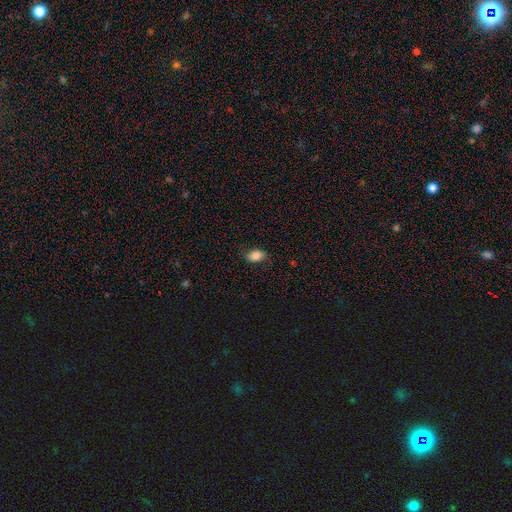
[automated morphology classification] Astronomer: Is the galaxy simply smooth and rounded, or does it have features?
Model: smooth — 84%.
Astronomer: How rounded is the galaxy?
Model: in between — 86%.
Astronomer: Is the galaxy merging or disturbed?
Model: none — 79%.